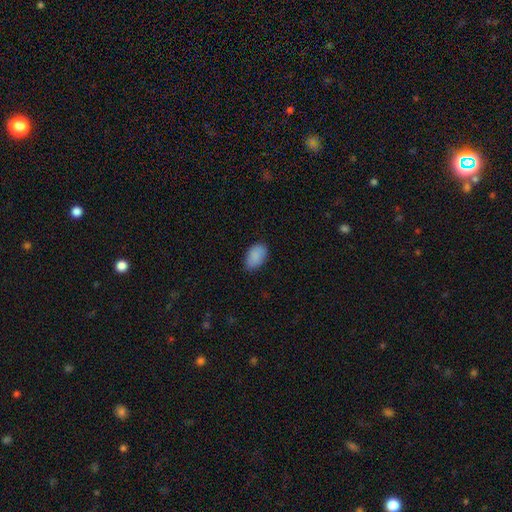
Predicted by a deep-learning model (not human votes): Q: Smooth or featured?
A: smooth (89%); runner-up: star or artifact (7%)
Q: How rounded?
A: in between (91%); runner-up: round (8%)
Q: Merging?
A: none (81%); runner-up: minor disturbance (16%)